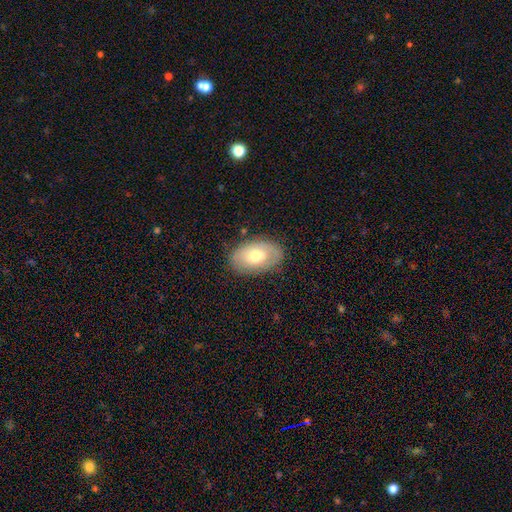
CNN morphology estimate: Q: Smooth or featured?
A: smooth (58%); runner-up: featured or disk (36%)
Q: How rounded?
A: in between (90%); runner-up: round (9%)
Q: Merging?
A: none (81%); runner-up: minor disturbance (14%)